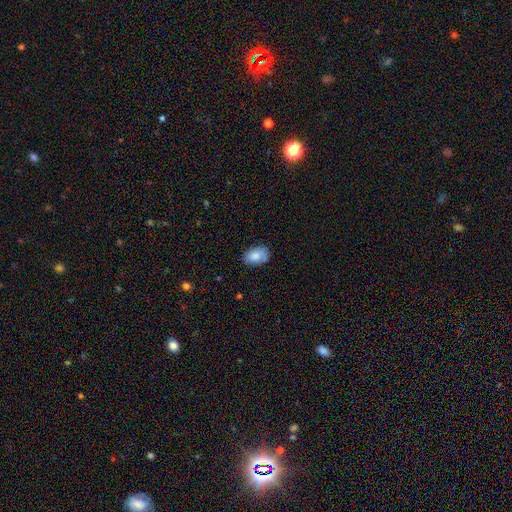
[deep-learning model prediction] This is likely a smooth galaxy (79%). How rounded: clearly in between (86%). Merging: likely none (75%).